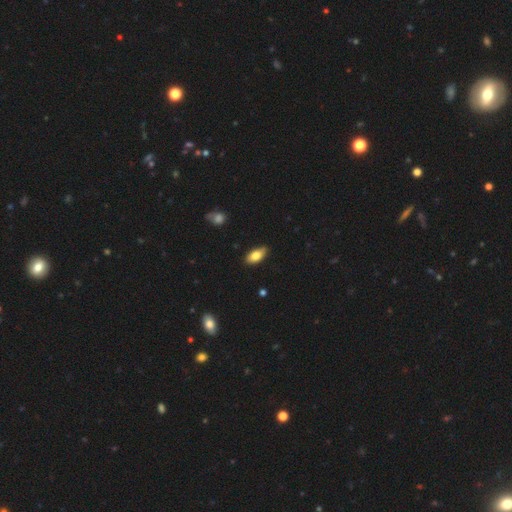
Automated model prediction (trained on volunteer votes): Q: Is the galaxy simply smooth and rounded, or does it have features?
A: smooth — 80%.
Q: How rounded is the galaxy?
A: in between — 90%.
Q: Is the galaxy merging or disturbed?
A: none — 82%.